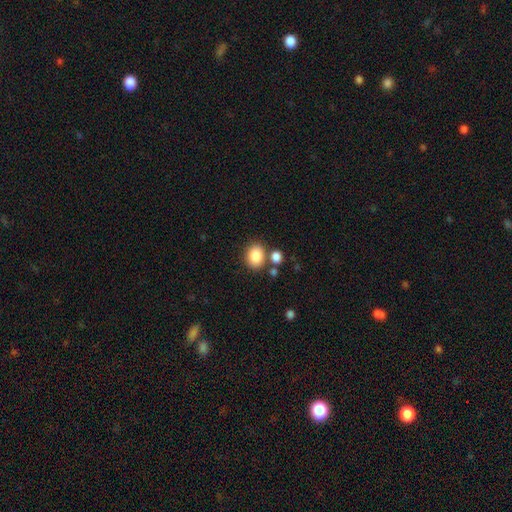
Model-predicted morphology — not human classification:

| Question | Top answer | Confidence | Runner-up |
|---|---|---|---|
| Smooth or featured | smooth | 85% | star or artifact (9%) |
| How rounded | in between | 55% | round (44%) |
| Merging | none | 71% | merger (15%) |